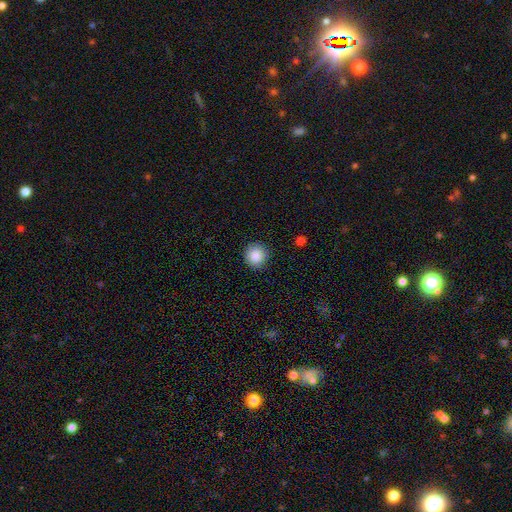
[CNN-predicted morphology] smooth-or-featured: smooth: 87% | star or artifact: 8% | featured or disk: 5%
  how-rounded: round: 93% | in between: 6% | cigar-shaped: 1%
  merging: none: 90% | minor disturbance: 7% | major disturbance: 2% | merger: 1%